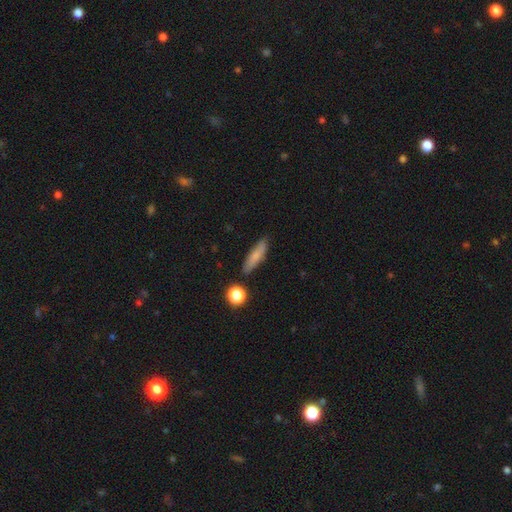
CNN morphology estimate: Smooth or featured? smooth (75%)
How rounded? cigar-shaped (70%)
Merging? none (83%)